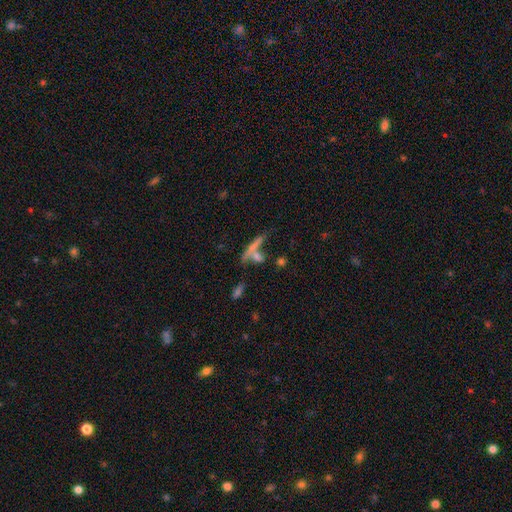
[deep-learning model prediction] Morphology: type=smooth (59%); roundness=cigar-shaped (67%); merging=none (44%).